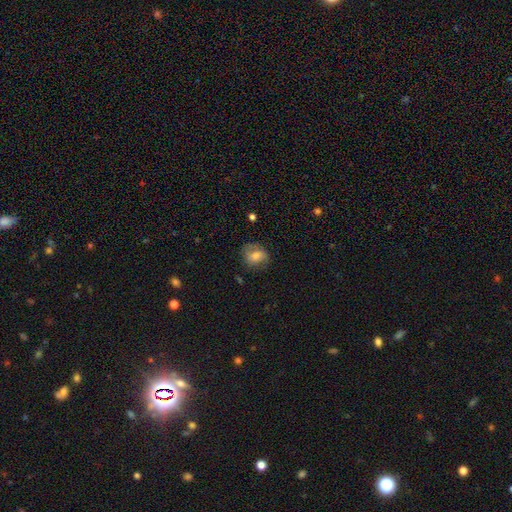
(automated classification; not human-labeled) Smooth or featured?
  - smooth: 59% *
  - featured or disk: 32%
  - star or artifact: 9%
How rounded?
  - in between: 52% *
  - round: 47%
  - cigar-shaped: 1%
Merging?
  - none: 63% *
  - minor disturbance: 24%
  - major disturbance: 11%
  - merger: 2%